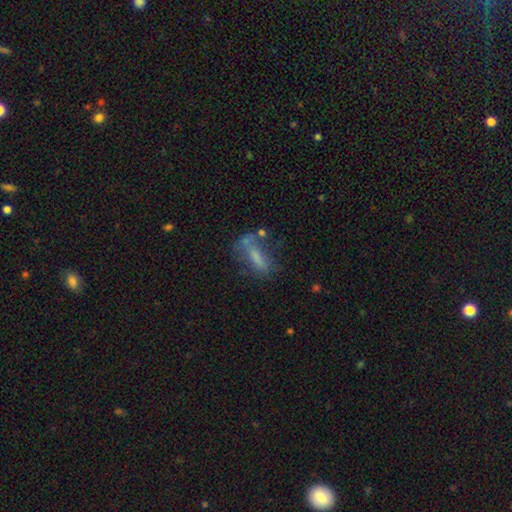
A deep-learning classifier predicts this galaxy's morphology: type=smooth (54%); roundness=in between (49%); merging=none (43%).